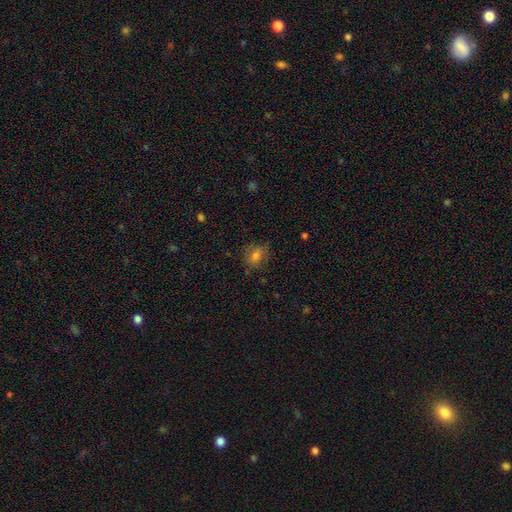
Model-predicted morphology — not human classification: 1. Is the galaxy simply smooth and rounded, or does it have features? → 71% smooth, 16% star or artifact, 13% featured or disk.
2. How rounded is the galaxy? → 55% round, 43% in between, 2% cigar-shaped.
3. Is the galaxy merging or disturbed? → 75% none, 18% minor disturbance, 6% major disturbance, 2% merger.